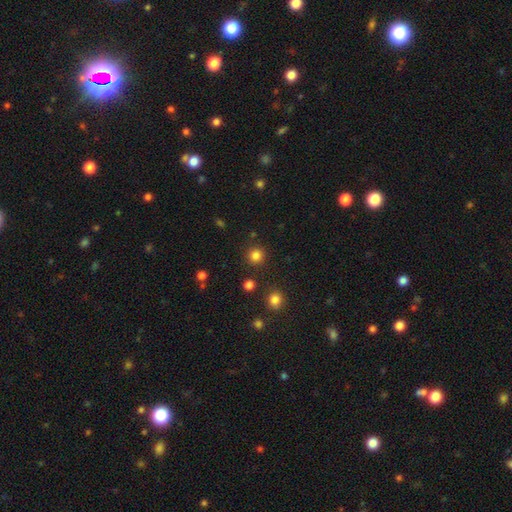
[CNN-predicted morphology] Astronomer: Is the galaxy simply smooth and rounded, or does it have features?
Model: smooth — 83%.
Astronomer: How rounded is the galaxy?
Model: round — 94%.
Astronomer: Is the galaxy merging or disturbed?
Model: none — 90%.